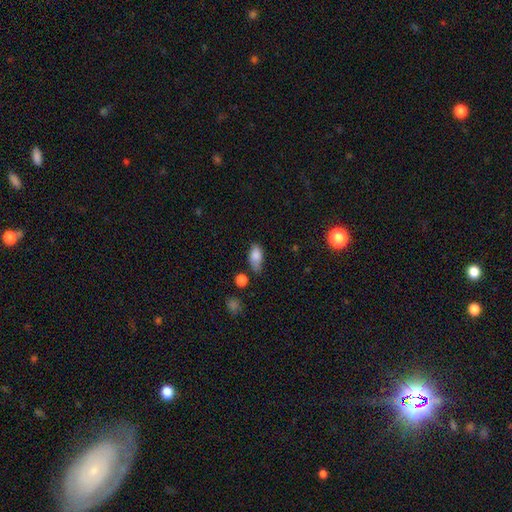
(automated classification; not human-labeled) A smooth galaxy with no disk features (80%) that is in between round and cigar-shaped (87%).

Vote fractions:
- Smooth or featured? smooth: 80% / featured or disk: 11% / star or artifact: 9%
- How rounded? in between: 87% / cigar-shaped: 7% / round: 6%
- Merging? none: 51% / minor disturbance: 35% / major disturbance: 9% / merger: 6%